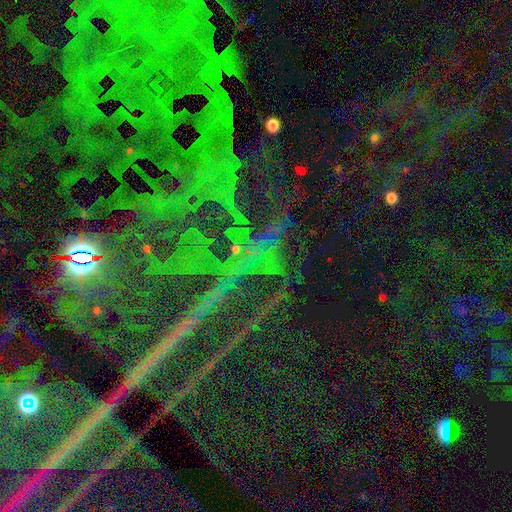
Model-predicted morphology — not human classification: star or artifact 85%, featured or disk 9%, smooth 7%.